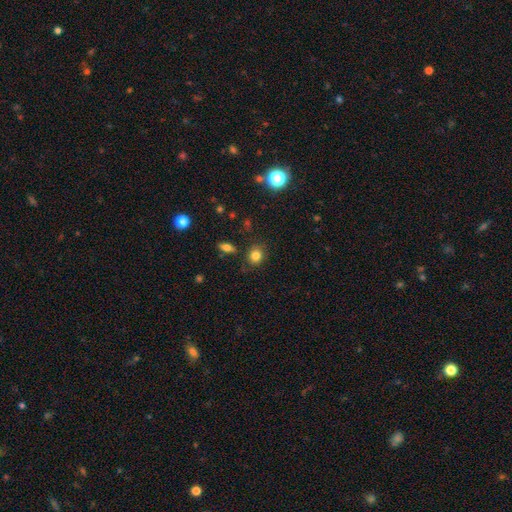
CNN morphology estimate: Smooth or featured?
  - smooth: 82% *
  - star or artifact: 12%
  - featured or disk: 7%
How rounded?
  - round: 74% *
  - in between: 24%
  - cigar-shaped: 1%
Merging?
  - none: 83% *
  - minor disturbance: 11%
  - merger: 3%
  - major disturbance: 3%